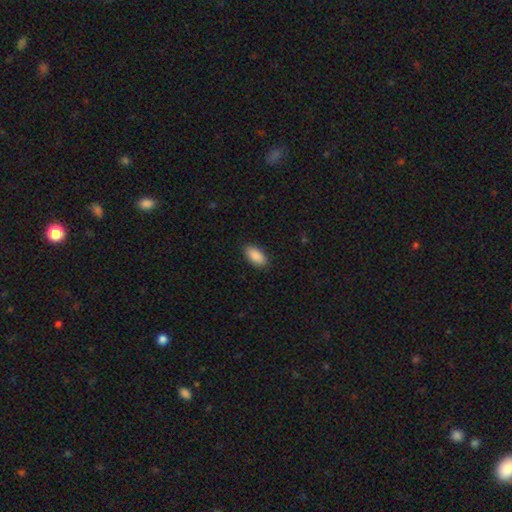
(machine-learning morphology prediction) smooth-or-featured: smooth: 90% | star or artifact: 6% | featured or disk: 4%
  how-rounded: in between: 93% | cigar-shaped: 5% | round: 2%
  merging: none: 89% | minor disturbance: 8% | major disturbance: 2% | merger: 1%